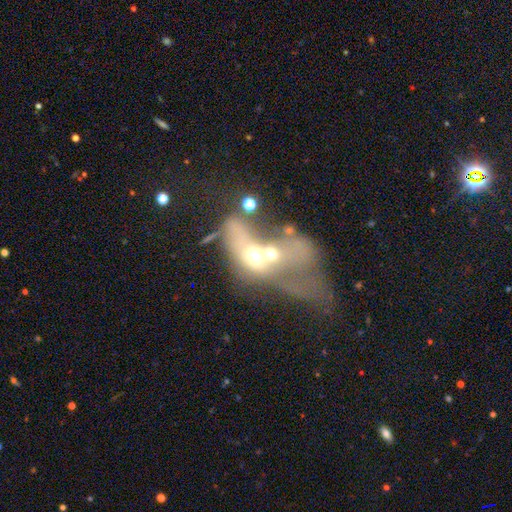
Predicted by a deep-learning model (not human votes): smooth_or_featured: featured or disk (p=0.49) [alt: smooth p=0.38]
merging: merger (p=0.71) [alt: major disturbance p=0.21]